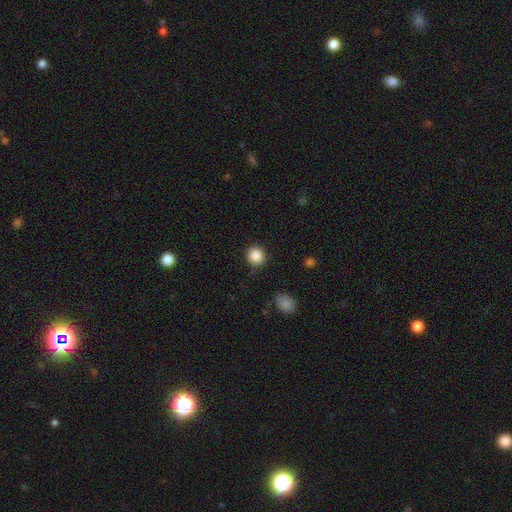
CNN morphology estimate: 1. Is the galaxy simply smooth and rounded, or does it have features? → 87% smooth, 9% star or artifact, 3% featured or disk.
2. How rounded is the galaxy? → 91% round, 8% in between, 1% cigar-shaped.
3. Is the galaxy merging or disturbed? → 89% none, 7% minor disturbance, 2% major disturbance, 1% merger.